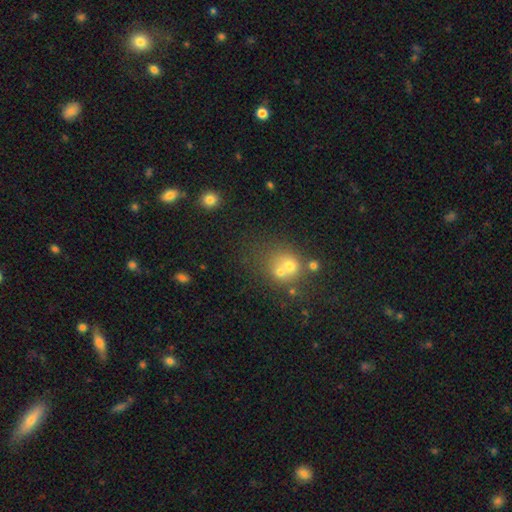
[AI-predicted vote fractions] Q: Smooth or featured?
A: smooth (53%); runner-up: star or artifact (32%)
Q: How rounded?
A: round (77%); runner-up: in between (21%)
Q: Merging?
A: none (46%); runner-up: merger (40%)